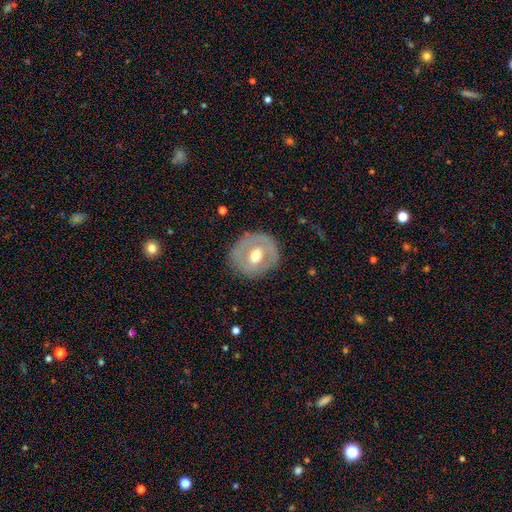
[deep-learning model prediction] smooth-or-featured: featured or disk: 56% | smooth: 38% | star or artifact: 6%
  disk-edge-on: no: 94% | yes: 6%
    bar: no: 55% | weak: 32% | strong: 13%
    has-spiral-arms: no: 75% | yes: 25%
    bulge-size: moderate: 76% | large: 12% | small: 10% | dominant: 1% | none: 1%
  merging: none: 80% | minor disturbance: 14% | major disturbance: 5% | merger: 1%